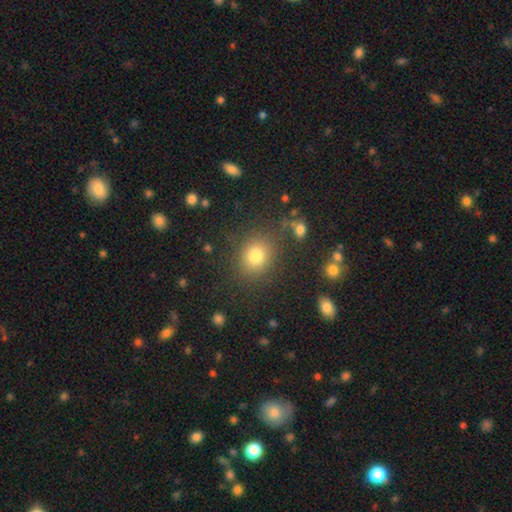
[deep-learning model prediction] Smooth or featured?
  - smooth: 79% *
  - star or artifact: 14%
  - featured or disk: 7%
How rounded?
  - round: 72% *
  - in between: 27%
  - cigar-shaped: 1%
Merging?
  - none: 82% *
  - minor disturbance: 10%
  - major disturbance: 4%
  - merger: 3%